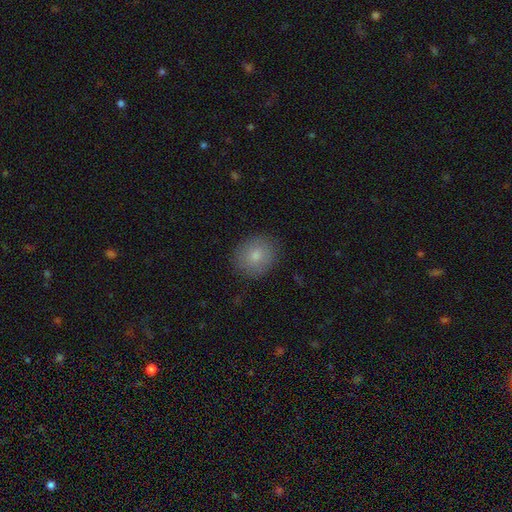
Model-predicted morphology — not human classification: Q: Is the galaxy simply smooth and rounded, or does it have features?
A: smooth — 80%.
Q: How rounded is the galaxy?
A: round — 73%.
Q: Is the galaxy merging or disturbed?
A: none — 87%.